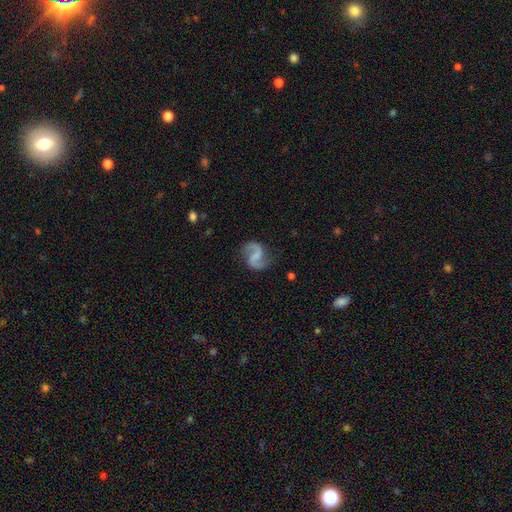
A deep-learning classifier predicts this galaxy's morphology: smooth-or-featured: featured or disk: 87% | smooth: 8% | star or artifact: 5%
  disk-edge-on: no: 98% | yes: 2%
    bar: weak: 47% | no: 28% | strong: 24%
    has-spiral-arms: yes: 97% | no: 3%
      spiral-winding: loose: 52% | medium: 40% | tight: 8%
      spiral-arm-count: 2: 94% | 1: 2% | can't tell: 2% | 3: 1% | 4: 1% | more than 4: 1%
    bulge-size: none: 60% | small: 26% | moderate: 11% | large: 2% | dominant: 1%
  merging: none: 81% | minor disturbance: 13% | major disturbance: 5% | merger: 1%